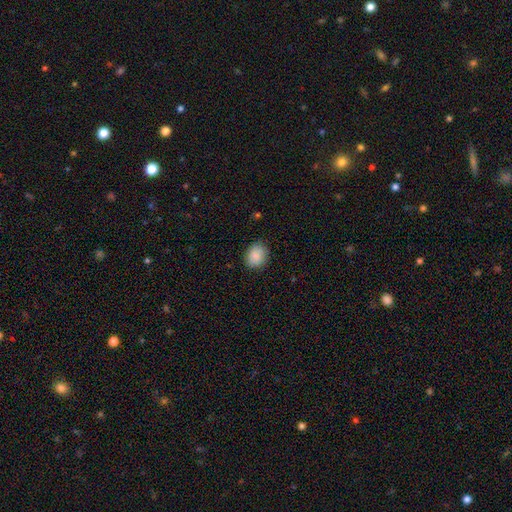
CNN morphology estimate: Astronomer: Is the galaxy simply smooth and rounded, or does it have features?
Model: smooth — 88%.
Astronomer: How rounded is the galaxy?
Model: in between — 52% (runner-up: round, 48%).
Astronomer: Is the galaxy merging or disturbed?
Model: none — 84%.